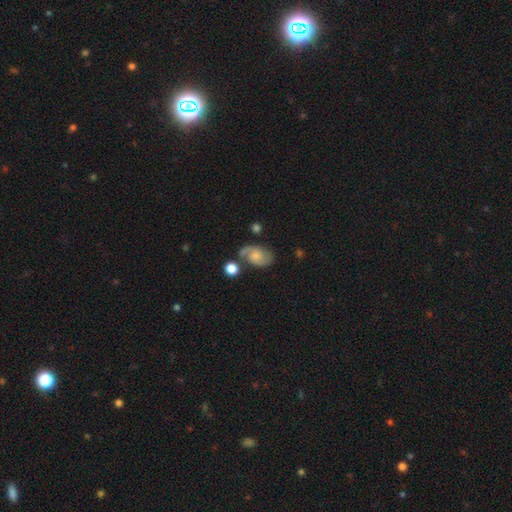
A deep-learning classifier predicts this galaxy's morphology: The model was most divided on "bulge size": small: 43%, moderate: 37%, none: 12%, large: 7%, dominant: 2%. Remaining: edge-on disk — no (97%); spiral arms — yes (93%); spiral arm count — 2 (89%); smooth or featured — featured or disk (68%); bar — no (68%); merging — none (62%); spiral winding — medium (49%).